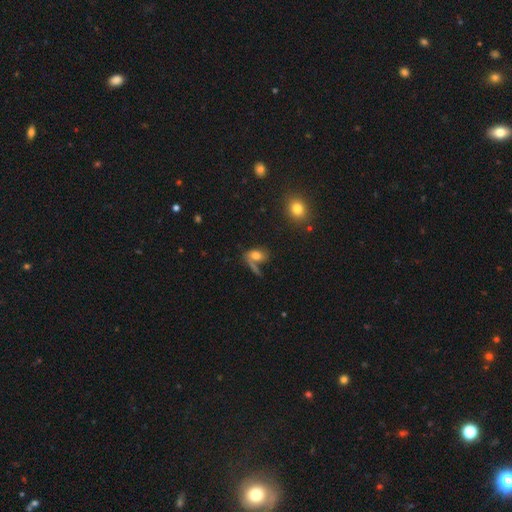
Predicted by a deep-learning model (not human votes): The model was most divided on "merging": none: 45%, merger: 25%, major disturbance: 16%, minor disturbance: 15%. More confident: how rounded — in between (77%); smooth or featured — smooth (64%).